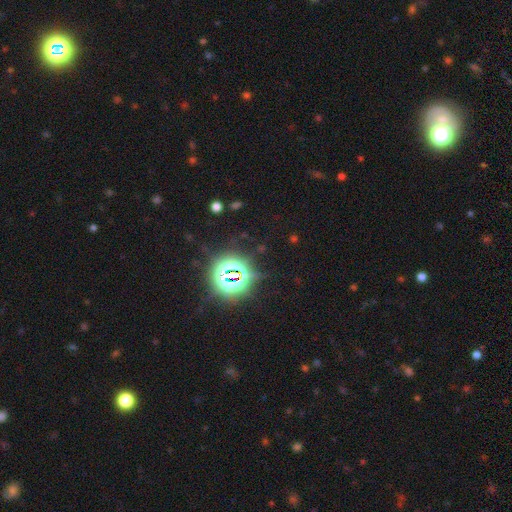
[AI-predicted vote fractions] Smooth or featured? Predicted: star or artifact (p=0.83).